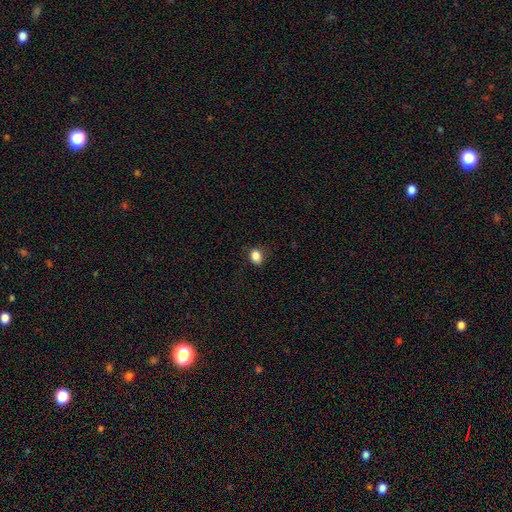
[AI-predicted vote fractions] smooth_or_featured: smooth (p=0.85) [alt: star or artifact p=0.10]
how_rounded: in between (p=0.55) [alt: round p=0.44]
merging: none (p=0.80) [alt: minor disturbance p=0.15]